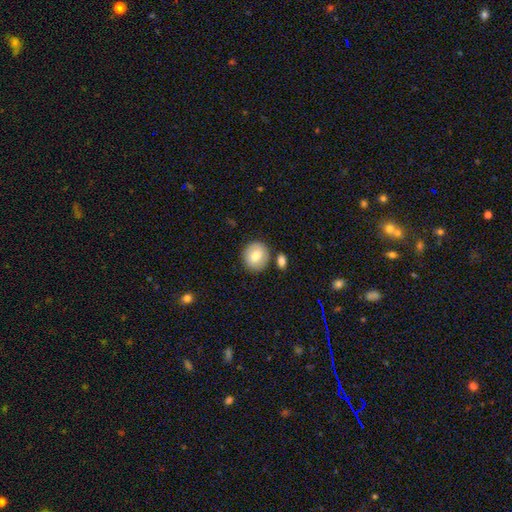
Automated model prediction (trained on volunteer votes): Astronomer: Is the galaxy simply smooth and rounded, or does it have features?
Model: smooth — 79%.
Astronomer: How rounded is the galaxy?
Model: round — 80%.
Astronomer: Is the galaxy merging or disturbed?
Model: none — 78%.